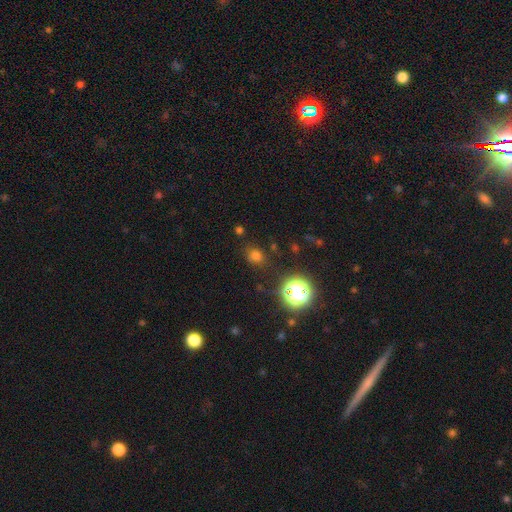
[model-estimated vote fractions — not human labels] Morphology: type=smooth (66%); roundness=round (63%); merging=none (79%).